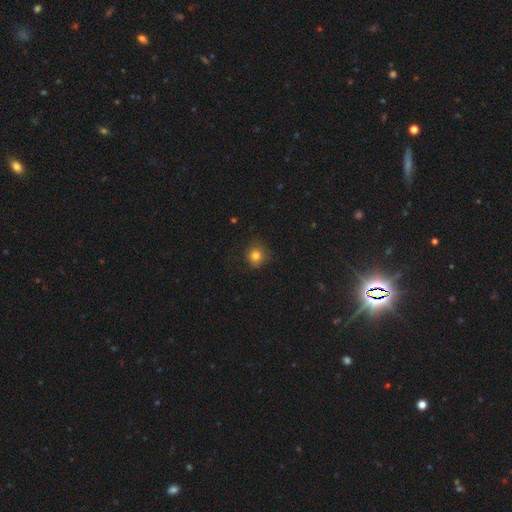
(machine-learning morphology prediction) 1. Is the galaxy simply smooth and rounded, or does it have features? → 81% smooth, 13% star or artifact, 6% featured or disk.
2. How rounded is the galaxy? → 90% round, 9% in between, 1% cigar-shaped.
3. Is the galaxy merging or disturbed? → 82% none, 14% minor disturbance, 4% major disturbance, 1% merger.